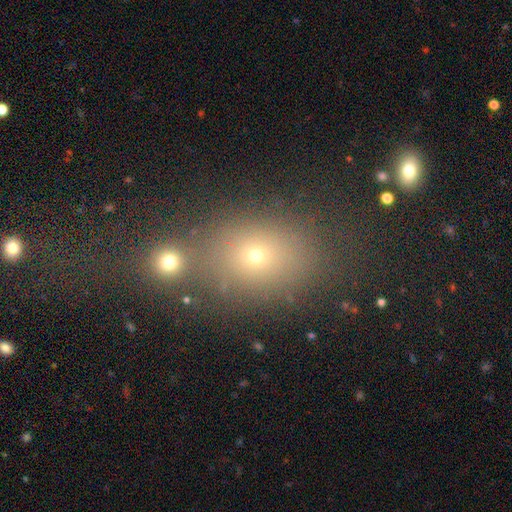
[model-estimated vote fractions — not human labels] Smooth or featured? Predicted: smooth (p=0.61). How rounded? Predicted: in between (p=0.56). Merging? Predicted: none (p=0.55).